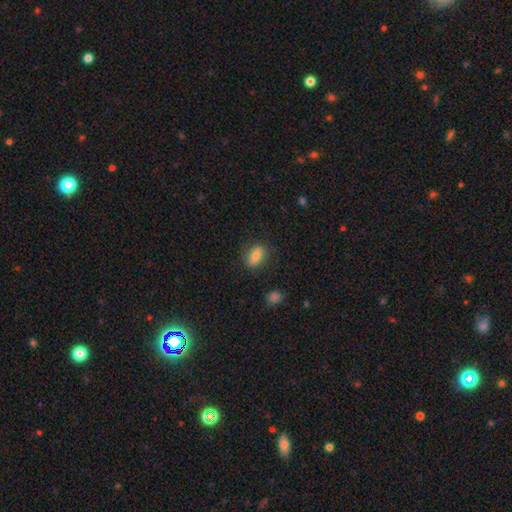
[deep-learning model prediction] Smooth or featured? Predicted: smooth (p=0.76). How rounded? Predicted: in between (p=0.80). Merging? Predicted: none (p=0.81).